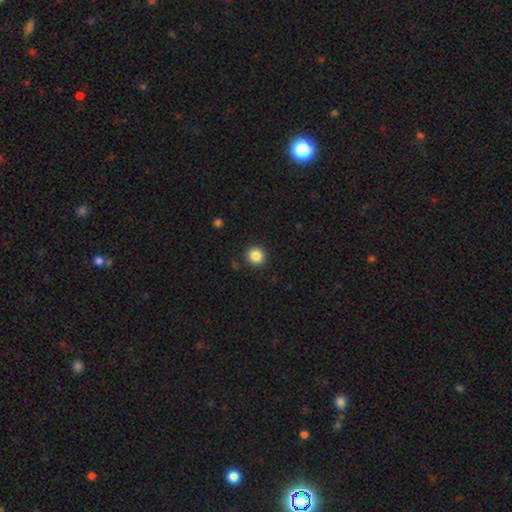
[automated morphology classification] Smooth or featured? Predicted: smooth (p=0.86). How rounded? Predicted: round (p=0.93). Merging? Predicted: none (p=0.91).